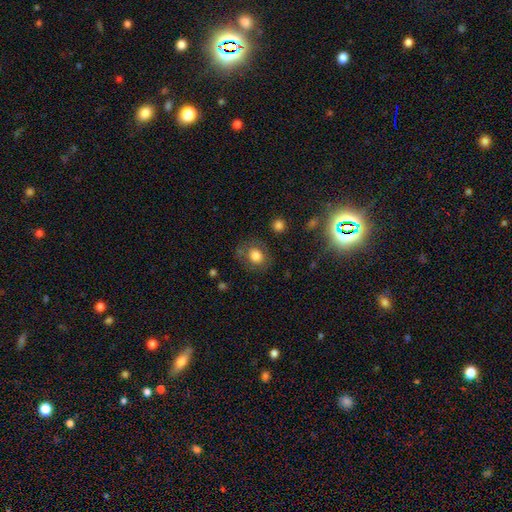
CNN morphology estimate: A smooth galaxy with no disk features (75%) that is round (64%). Merging: none (73%).